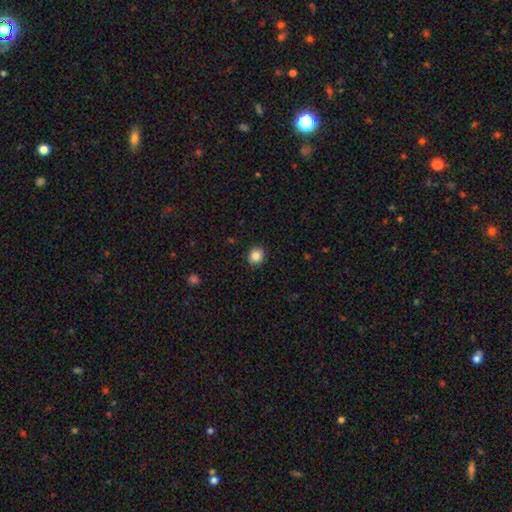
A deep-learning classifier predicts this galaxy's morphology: A smooth galaxy with no disk features (85%) that is round (87%). Merging: none (90%).